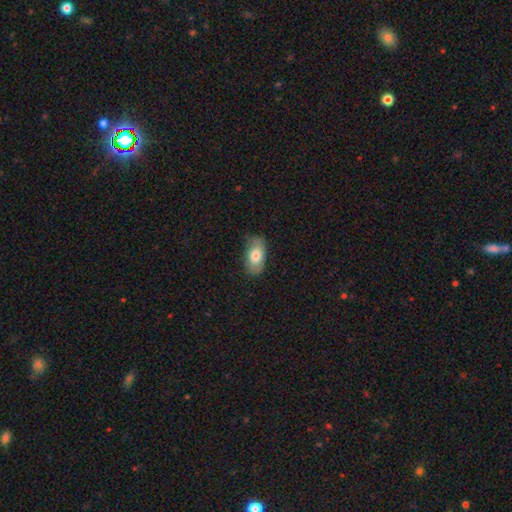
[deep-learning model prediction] A smooth galaxy with no disk features (75%) that is in between round and cigar-shaped (92%). Merging: none (72%).